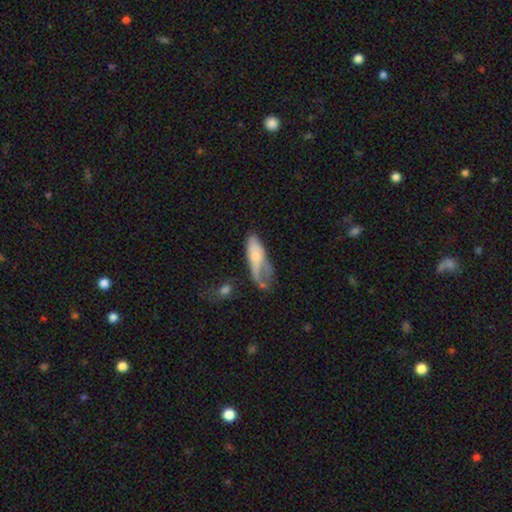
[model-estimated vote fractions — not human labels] smooth-or-featured: smooth: 59% | featured or disk: 34% | star or artifact: 7%
  how-rounded: in between: 62% | cigar-shaped: 35% | round: 3%
  merging: major disturbance: 39% | minor disturbance: 26% | none: 24% | merger: 11%